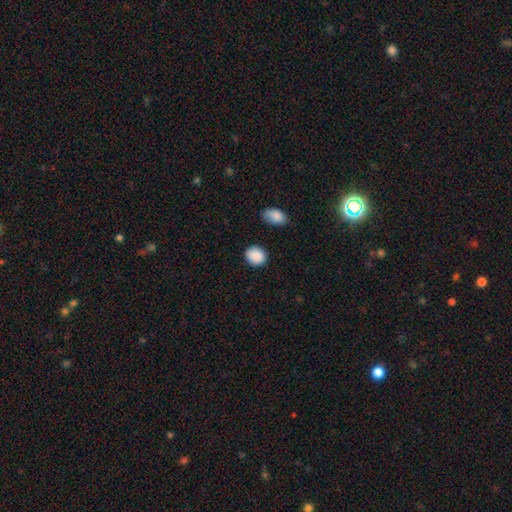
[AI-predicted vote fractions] Smooth or featured?
  - smooth: 89% *
  - star or artifact: 7%
  - featured or disk: 4%
How rounded?
  - round: 71% *
  - in between: 28%
  - cigar-shaped: 1%
Merging?
  - none: 84% *
  - minor disturbance: 11%
  - major disturbance: 3%
  - merger: 2%